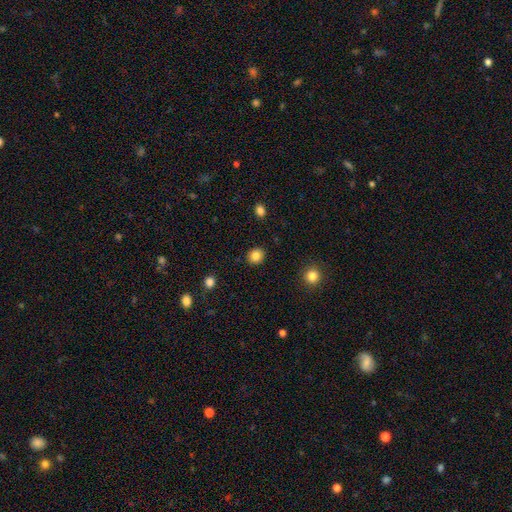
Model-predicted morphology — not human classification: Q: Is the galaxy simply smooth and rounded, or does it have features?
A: smooth — 84%.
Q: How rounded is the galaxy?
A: round — 80%.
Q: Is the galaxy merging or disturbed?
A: none — 91%.